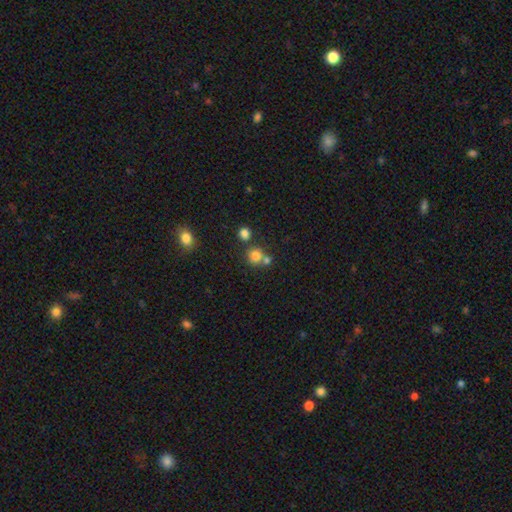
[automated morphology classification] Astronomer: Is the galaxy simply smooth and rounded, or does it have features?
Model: smooth — 77%.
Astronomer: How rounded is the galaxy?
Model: round — 87%.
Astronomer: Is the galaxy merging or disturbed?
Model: none — 59%.